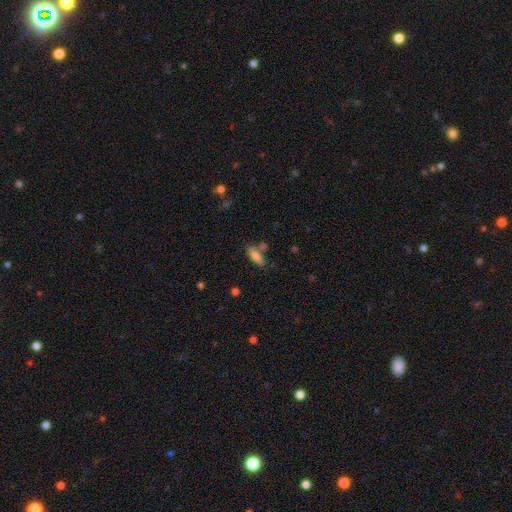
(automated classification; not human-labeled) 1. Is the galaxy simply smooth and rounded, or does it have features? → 80% smooth, 11% featured or disk, 9% star or artifact.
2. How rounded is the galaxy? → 63% in between, 35% cigar-shaped, 2% round.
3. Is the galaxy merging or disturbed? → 63% none, 16% minor disturbance, 16% merger, 5% major disturbance.